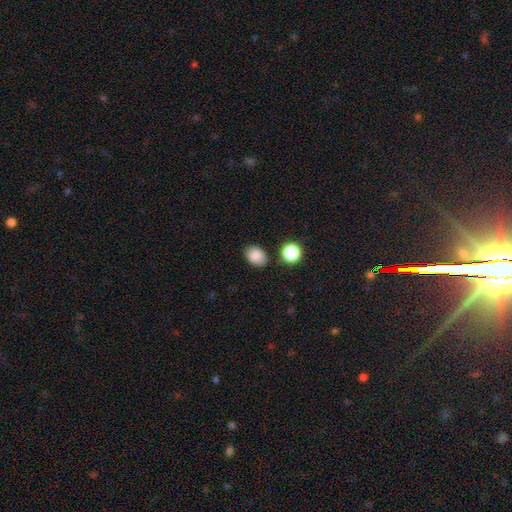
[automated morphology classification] type=smooth (85%); roundness=in between (68%); merging=none (79%).